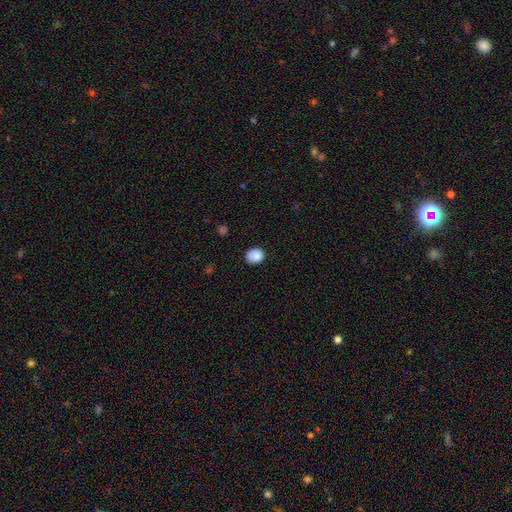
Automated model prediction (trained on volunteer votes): smooth_or_featured: smooth (p=0.85) [alt: star or artifact p=0.09]
how_rounded: round (p=0.64) [alt: in between p=0.35]
merging: none (p=0.76) [alt: minor disturbance p=0.19]